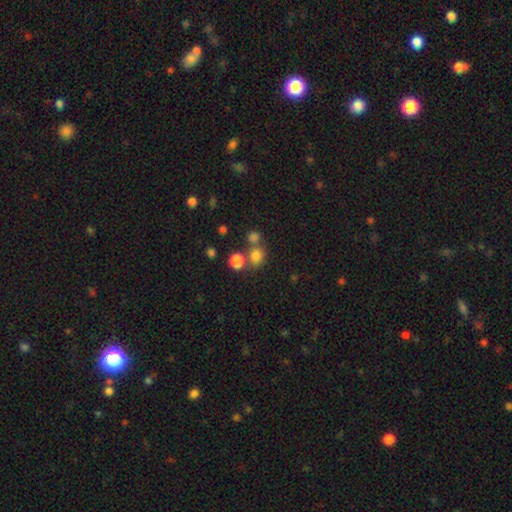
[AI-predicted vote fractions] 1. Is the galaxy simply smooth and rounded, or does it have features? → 77% smooth, 16% star or artifact, 7% featured or disk.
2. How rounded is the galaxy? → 80% round, 19% in between, 1% cigar-shaped.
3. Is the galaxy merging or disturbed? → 61% none, 26% merger, 9% minor disturbance, 4% major disturbance.